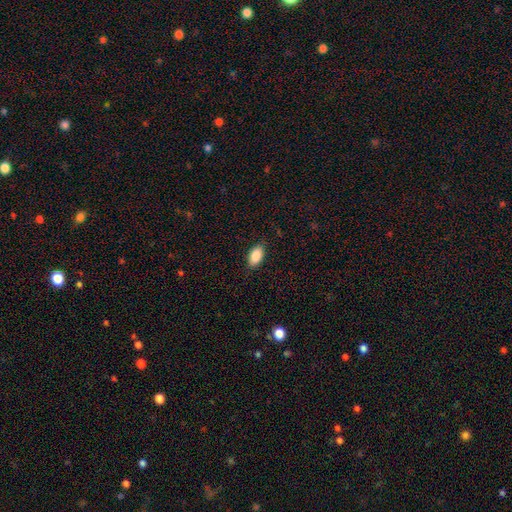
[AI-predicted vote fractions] This appears to be a smooth galaxy with no disk features (88%) that is in between round and cigar-shaped (93%). Merging: none (86%).